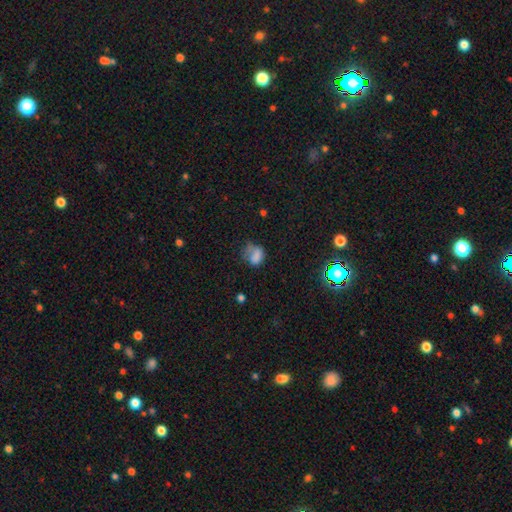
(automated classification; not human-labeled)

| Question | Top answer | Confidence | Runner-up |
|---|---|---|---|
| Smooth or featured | smooth | 71% | featured or disk (15%) |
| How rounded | in between | 57% | round (41%) |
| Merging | none | 32% | minor disturbance (31%) |